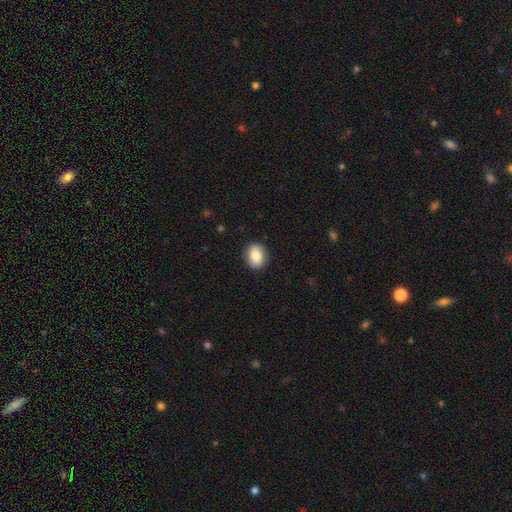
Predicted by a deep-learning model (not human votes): This is likely a smooth galaxy (77%). How rounded: possibly in between (51%). Merging: clearly none (87%).